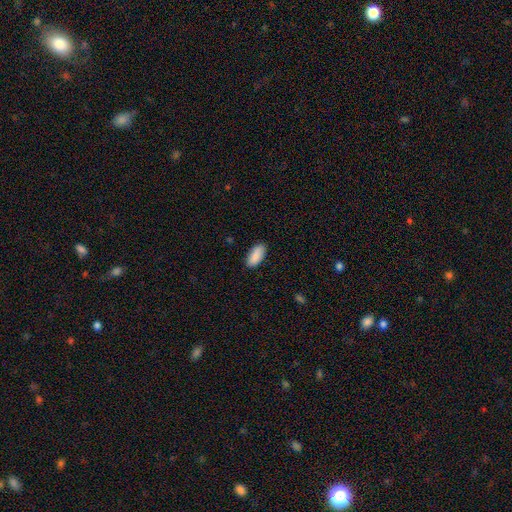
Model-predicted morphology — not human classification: A smooth galaxy with no disk features (90%) that is in between round and cigar-shaped (90%). Merging: none (86%).